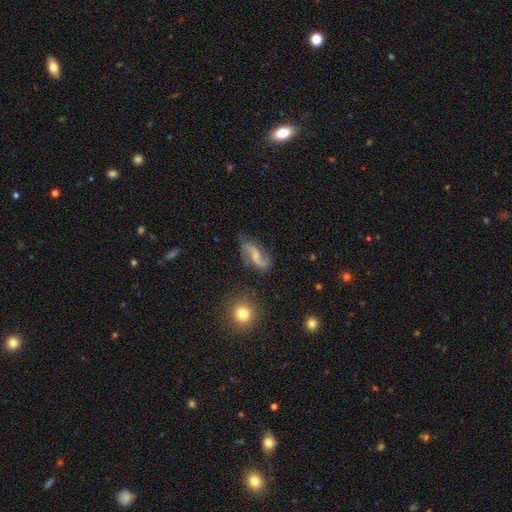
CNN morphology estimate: smooth-or-featured: featured or disk: 86% | smooth: 9% | star or artifact: 5%
  disk-edge-on: no: 97% | yes: 3%
    bar: weak: 45% | no: 40% | strong: 16%
    has-spiral-arms: yes: 96% | no: 4%
      spiral-winding: loose: 69% | medium: 25% | tight: 6%
      spiral-arm-count: 2: 92% | 1: 3% | can't tell: 2% | 3: 1% | 4: 1% | more than 4: 1%
    bulge-size: small: 49% | moderate: 25% | none: 23% | large: 2% | dominant: 1%
  merging: none: 72% | minor disturbance: 17% | major disturbance: 8% | merger: 3%